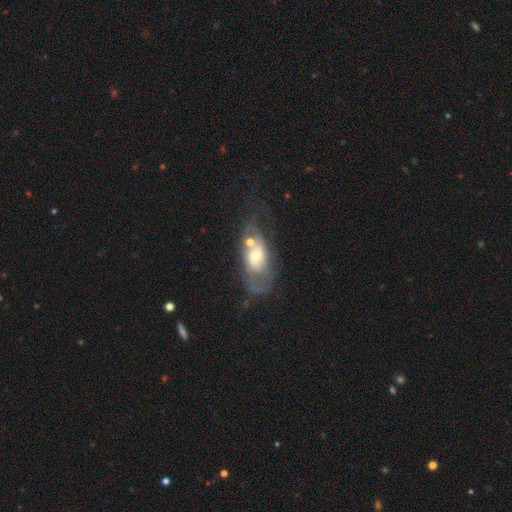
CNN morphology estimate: Smooth or featured? featured or disk (62%)
Edge-on disk? no (91%)
Bar? no (74%)
Spiral arms? yes (51%)
Bulge size? moderate (60%)
Merging? none (34%)